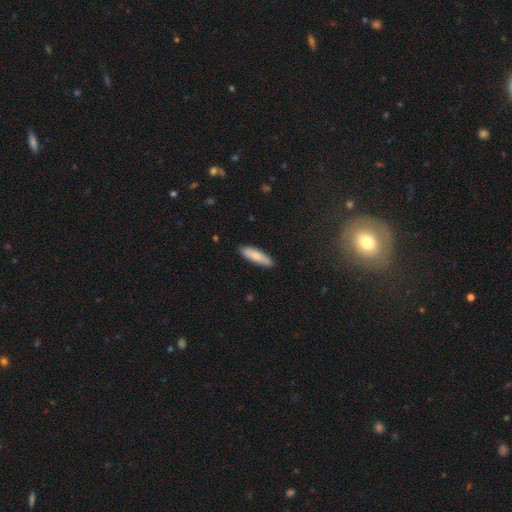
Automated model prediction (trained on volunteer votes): This appears to be a smooth galaxy with no disk features (75%) that is cigar-shaped (59%). Merging: none (88%).